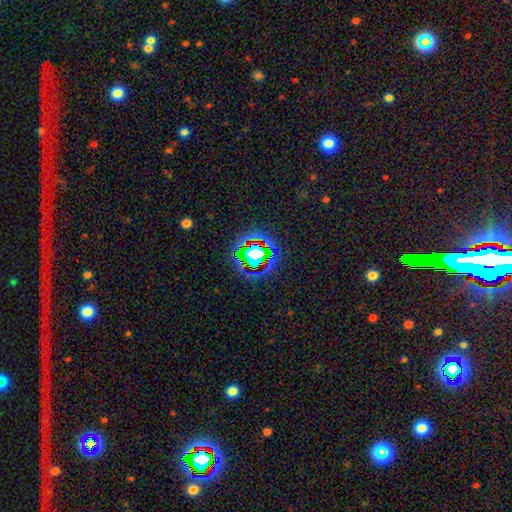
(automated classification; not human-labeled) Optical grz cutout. It shows a star or artifact, not a galaxy (66%).